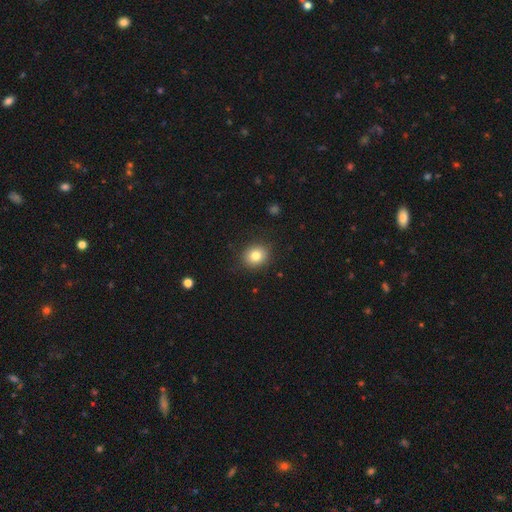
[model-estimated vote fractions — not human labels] Smooth or featured: smooth — 81% (star or artifact — 10%)
How rounded: round — 70% (in between — 30%)
Merging: none — 88% (minor disturbance — 9%)